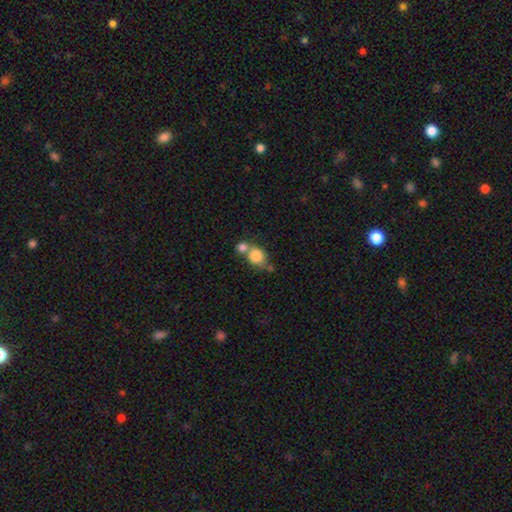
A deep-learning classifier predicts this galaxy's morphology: Q: Smooth or featured?
A: smooth (81%); runner-up: featured or disk (10%)
Q: How rounded?
A: round (66%); runner-up: in between (33%)
Q: Merging?
A: merger (51%); runner-up: none (33%)